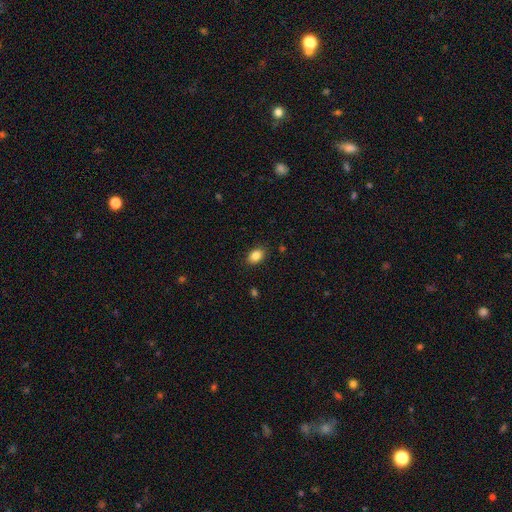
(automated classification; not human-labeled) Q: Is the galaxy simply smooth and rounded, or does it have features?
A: smooth — 86%.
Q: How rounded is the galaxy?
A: in between — 80%.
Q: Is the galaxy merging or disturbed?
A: none — 87%.